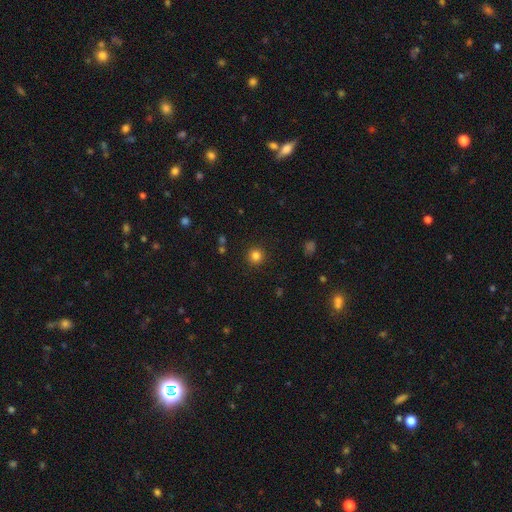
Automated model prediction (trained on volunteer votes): This is clearly a smooth galaxy (82%). How rounded: clearly round (95%). Merging: clearly none (91%).